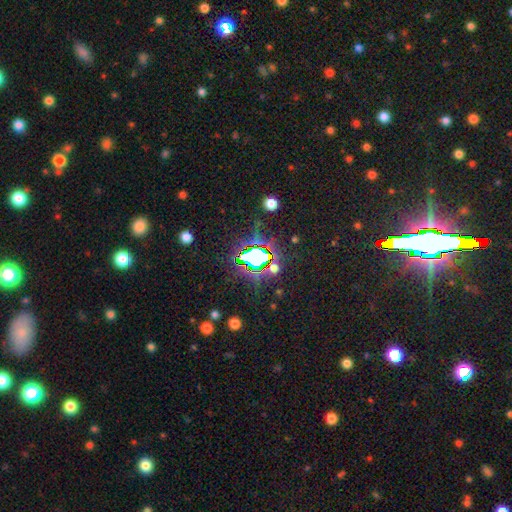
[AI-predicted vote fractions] Smooth or featured? star or artifact (72%)